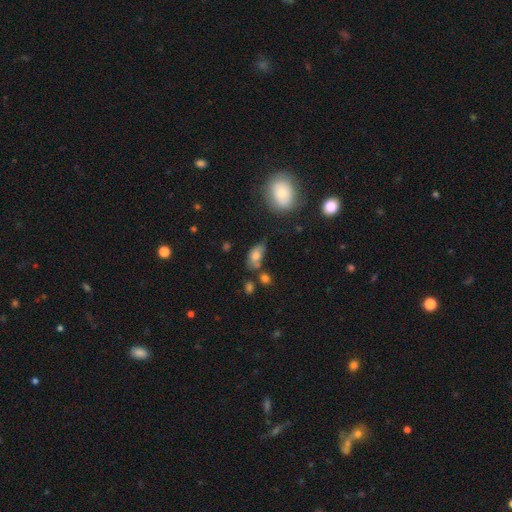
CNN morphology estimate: Smooth or featured?
  - smooth: 74% *
  - featured or disk: 17%
  - star or artifact: 10%
How rounded?
  - in between: 89% *
  - round: 7%
  - cigar-shaped: 4%
Merging?
  - none: 47% *
  - minor disturbance: 29%
  - merger: 13%
  - major disturbance: 12%